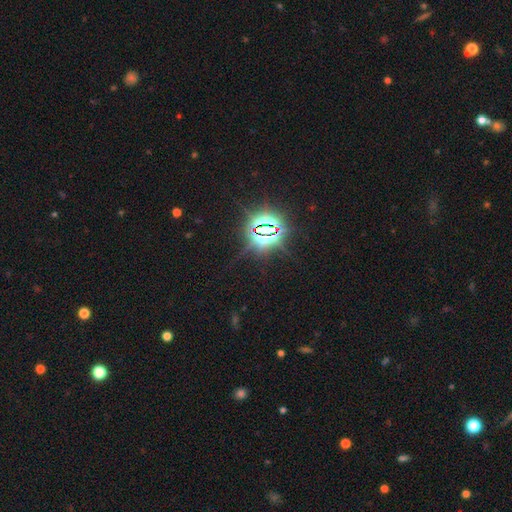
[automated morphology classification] This appears to be a star or artifact, not a galaxy (84%).